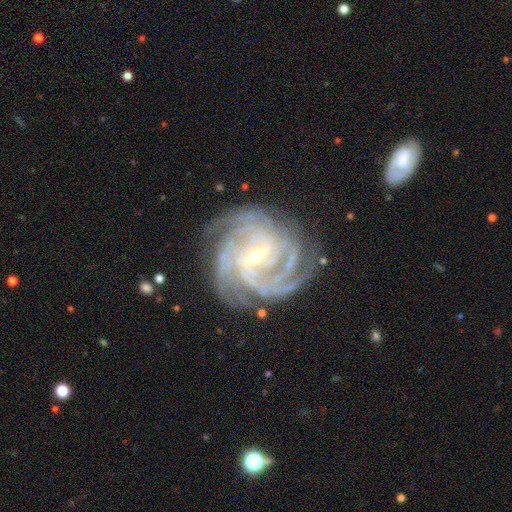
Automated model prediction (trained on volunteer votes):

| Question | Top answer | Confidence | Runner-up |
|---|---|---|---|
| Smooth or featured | featured or disk | 92% | star or artifact (5%) |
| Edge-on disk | no | 97% | yes (3%) |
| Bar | weak | 46% | strong (41%) |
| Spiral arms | yes | 99% | no (1%) |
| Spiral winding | tight | 75% | medium (22%) |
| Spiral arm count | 4 | 38% | more than 4 (19%) |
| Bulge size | small | 60% | moderate (36%) |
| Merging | none | 78% | minor disturbance (15%) |